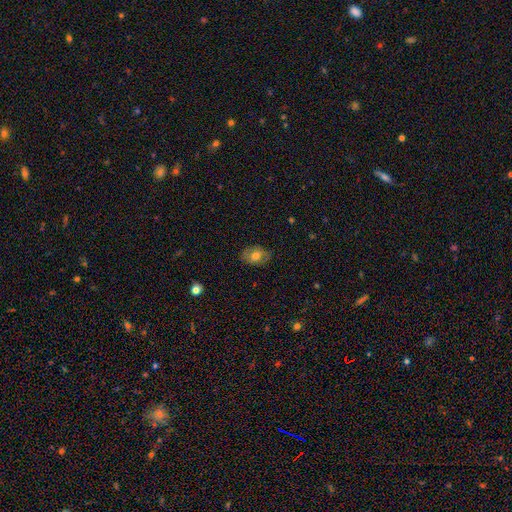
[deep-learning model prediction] smooth-or-featured: smooth: 65% | featured or disk: 26% | star or artifact: 9%
  how-rounded: in between: 78% | round: 21% | cigar-shaped: 1%
  merging: none: 80% | minor disturbance: 15% | major disturbance: 4% | merger: 1%